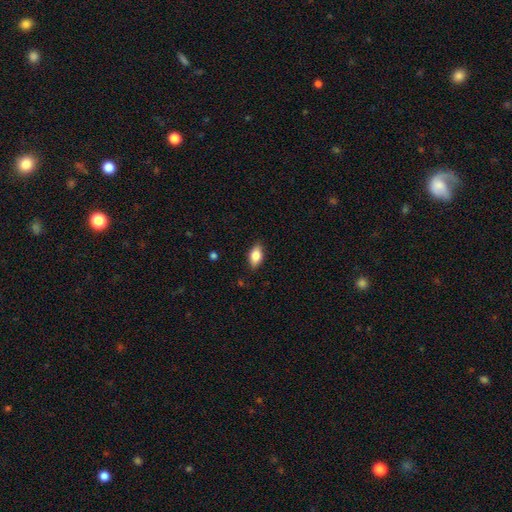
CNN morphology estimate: The model was most divided on "smooth or featured": smooth: 82%, featured or disk: 10%, star or artifact: 7%. More confident: how rounded — in between (90%); merging — none (86%).